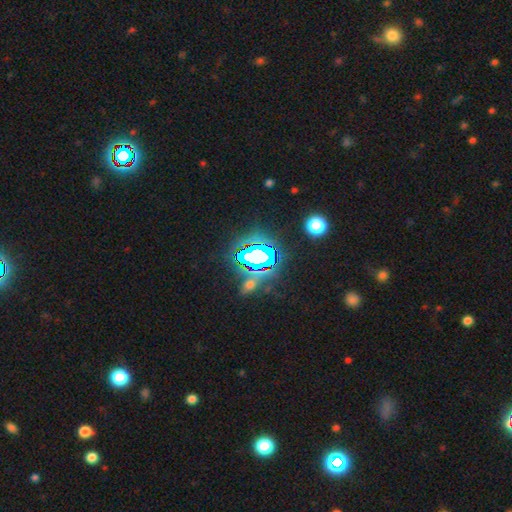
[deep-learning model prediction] A star or artifact, not a galaxy (67%).

Vote fractions:
- Smooth or featured? star or artifact: 67% / smooth: 17% / featured or disk: 16%